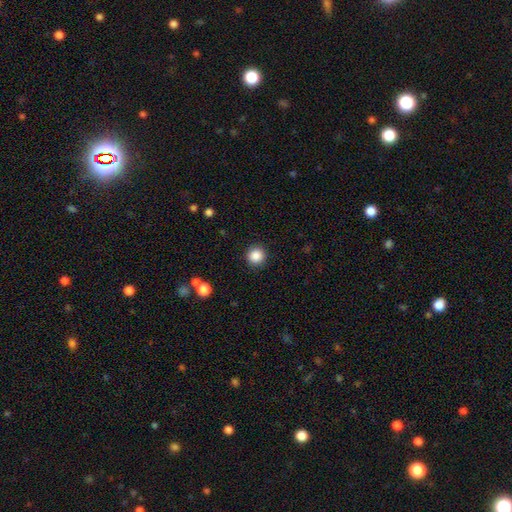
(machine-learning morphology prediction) A smooth galaxy with no disk features (86%) that is round (95%). Merging: none (91%).